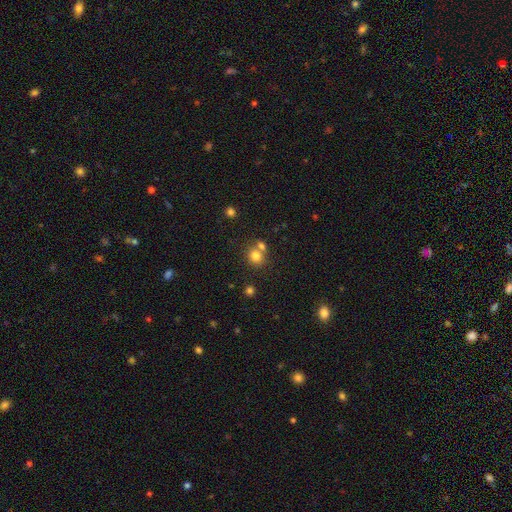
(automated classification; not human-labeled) smooth-or-featured: smooth: 78% | star or artifact: 13% | featured or disk: 9%
  how-rounded: round: 73% | in between: 26% | cigar-shaped: 1%
  merging: none: 53% | merger: 35% | minor disturbance: 9% | major disturbance: 3%